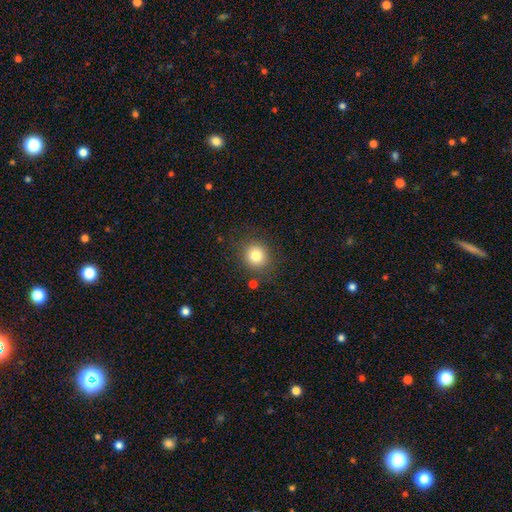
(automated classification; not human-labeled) The model was most divided on "how rounded": round: 84%, in between: 15%, cigar-shaped: 1%. More confident: merging — none (85%); smooth or featured — smooth (81%).